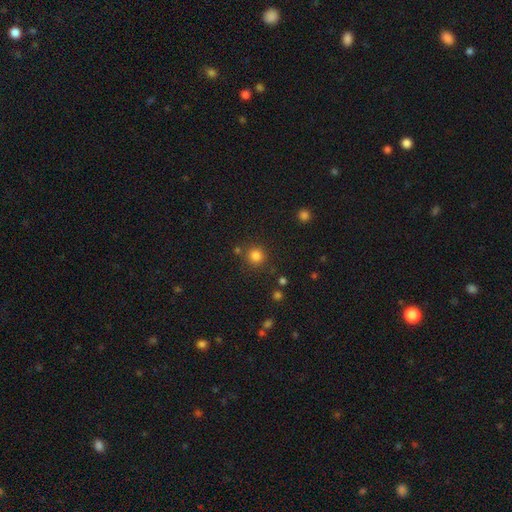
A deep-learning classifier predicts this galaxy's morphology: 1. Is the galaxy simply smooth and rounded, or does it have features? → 82% smooth, 13% star or artifact, 4% featured or disk.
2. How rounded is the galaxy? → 94% round, 5% in between, 1% cigar-shaped.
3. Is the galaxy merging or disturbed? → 83% none, 8% minor disturbance, 6% merger, 3% major disturbance.